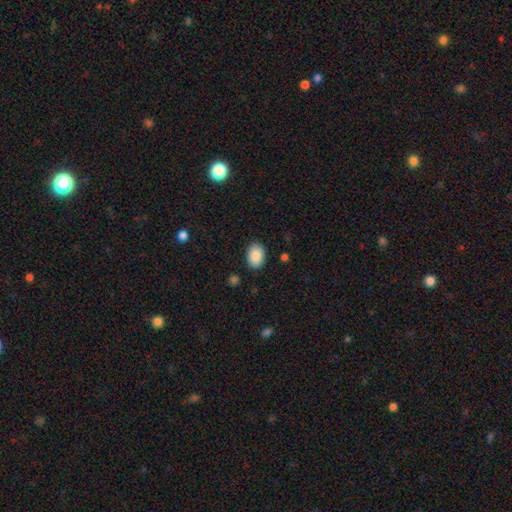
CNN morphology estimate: This is clearly a smooth galaxy (88%). How rounded: clearly in between (83%). Merging: clearly none (86%).